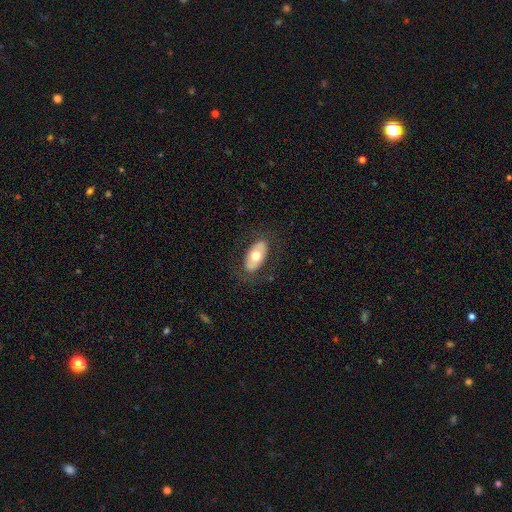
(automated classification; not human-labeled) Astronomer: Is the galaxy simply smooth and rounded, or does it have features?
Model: smooth — 57% (runner-up: featured or disk, 37%).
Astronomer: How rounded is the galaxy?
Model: in between — 93%.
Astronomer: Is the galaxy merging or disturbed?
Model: none — 79%.